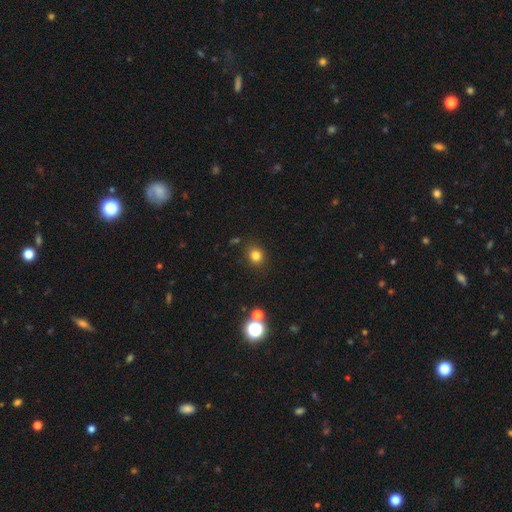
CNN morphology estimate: A smooth galaxy with no disk features (81%) that is round (76%). Merging: none (86%).